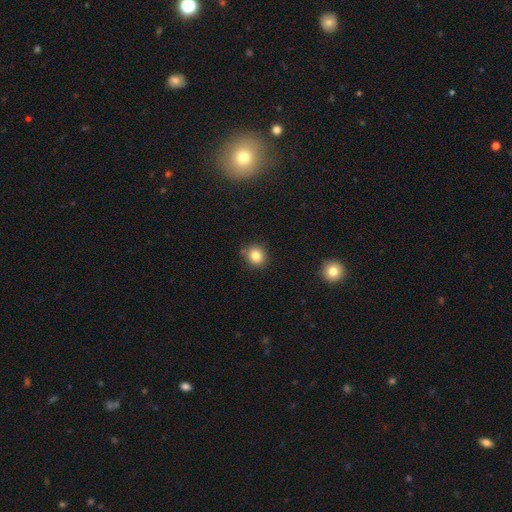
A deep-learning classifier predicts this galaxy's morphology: Smooth or featured? Predicted: smooth (p=0.81). How rounded? Predicted: round (p=0.83). Merging? Predicted: none (p=0.82).